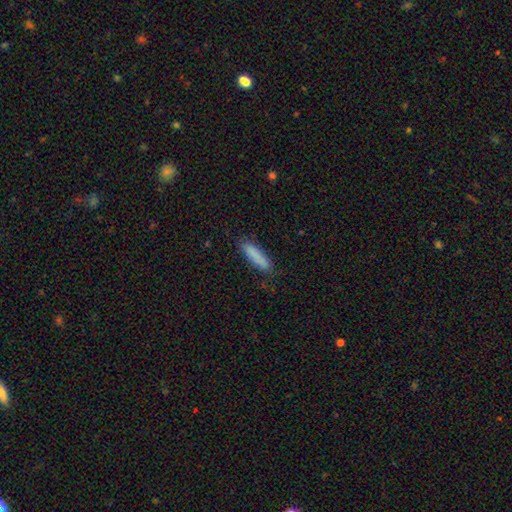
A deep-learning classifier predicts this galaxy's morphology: A smooth galaxy with no disk features (85%) that is cigar-shaped (79%).

Vote fractions:
- Smooth or featured? smooth: 85% / featured or disk: 8% / star or artifact: 6%
- How rounded? cigar-shaped: 79% / in between: 20% / round: 1%
- Merging? none: 84% / minor disturbance: 13% / major disturbance: 2% / merger: 1%